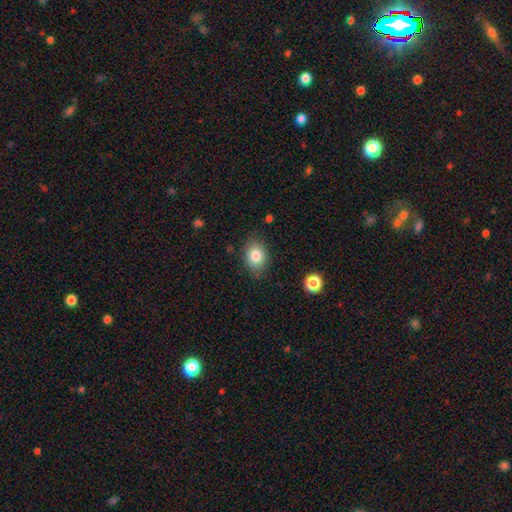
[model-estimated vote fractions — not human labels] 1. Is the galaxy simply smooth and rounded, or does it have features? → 82% smooth, 9% featured or disk, 9% star or artifact.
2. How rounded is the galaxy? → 67% in between, 32% round, 1% cigar-shaped.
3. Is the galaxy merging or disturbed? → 81% none, 15% minor disturbance, 3% major disturbance, 1% merger.